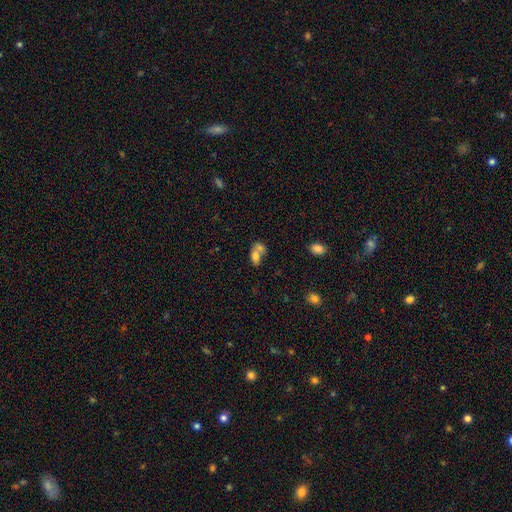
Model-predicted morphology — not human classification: A smooth galaxy with no disk features (71%) that is in between round and cigar-shaped (75%). Merging: merger (70%).